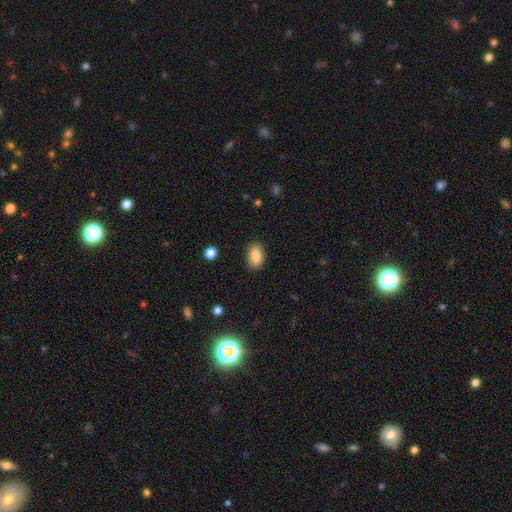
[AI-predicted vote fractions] Smooth or featured?
  - smooth: 85% *
  - featured or disk: 8%
  - star or artifact: 8%
How rounded?
  - in between: 88% *
  - round: 10%
  - cigar-shaped: 2%
Merging?
  - none: 86% *
  - minor disturbance: 10%
  - major disturbance: 2%
  - merger: 1%